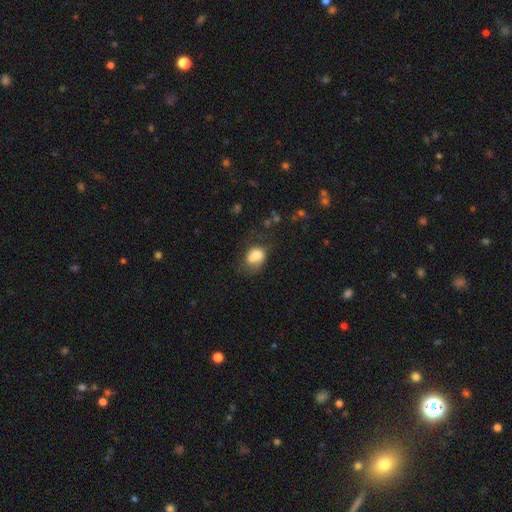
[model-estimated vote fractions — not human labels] This appears to be a smooth galaxy with no disk features (70%) that is in between round and cigar-shaped (59%). Merging: merger (39%).